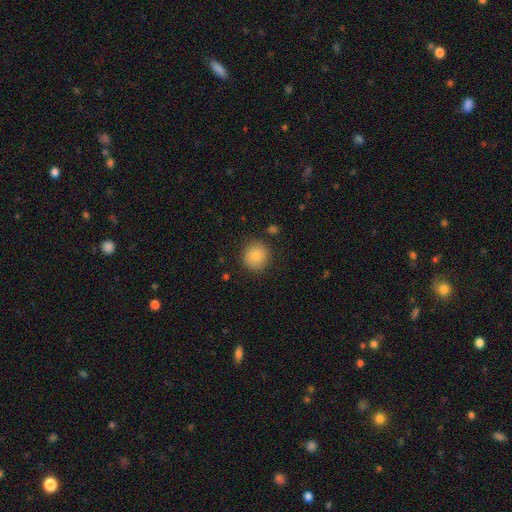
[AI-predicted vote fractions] smooth_or_featured: smooth (p=0.83) [alt: star or artifact p=0.09]
how_rounded: round (p=0.90) [alt: in between p=0.09]
merging: none (p=0.86) [alt: minor disturbance p=0.10]